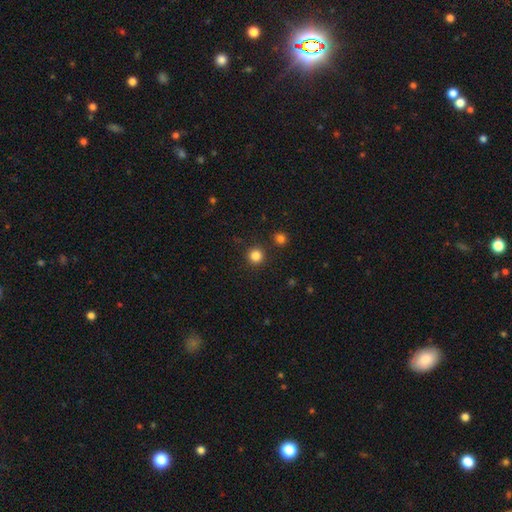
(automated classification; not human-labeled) Smooth or featured?
  - smooth: 83% *
  - star or artifact: 13%
  - featured or disk: 4%
How rounded?
  - round: 95% *
  - in between: 4%
  - cigar-shaped: 1%
Merging?
  - none: 89% *
  - minor disturbance: 5%
  - merger: 4%
  - major disturbance: 2%